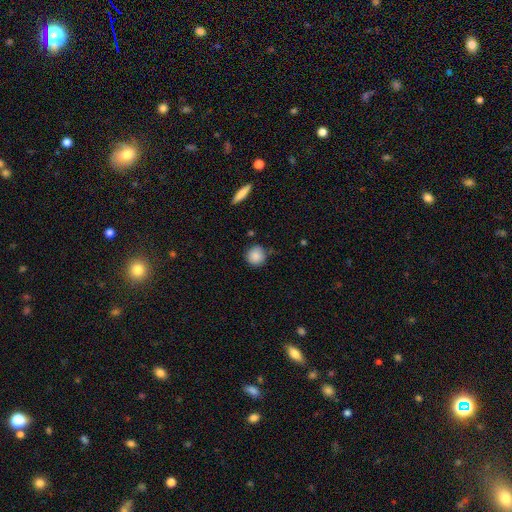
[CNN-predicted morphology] smooth_or_featured: smooth (p=0.88) [alt: star or artifact p=0.08]
how_rounded: round (p=0.91) [alt: in between p=0.07]
merging: none (p=0.80) [alt: minor disturbance p=0.14]